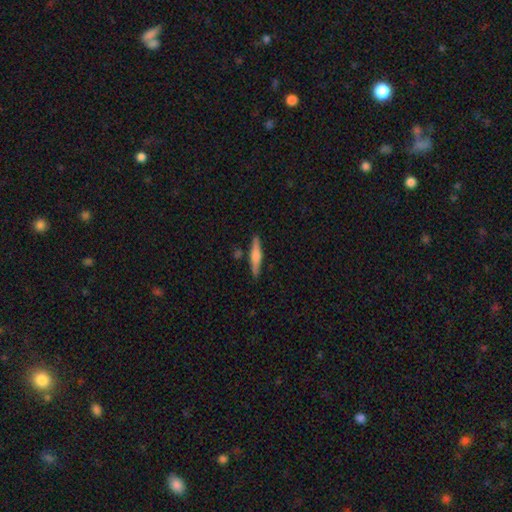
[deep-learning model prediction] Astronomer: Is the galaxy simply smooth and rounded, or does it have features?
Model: smooth — 50% (runner-up: featured or disk, 45%).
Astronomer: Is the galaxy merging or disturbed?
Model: none — 87%.